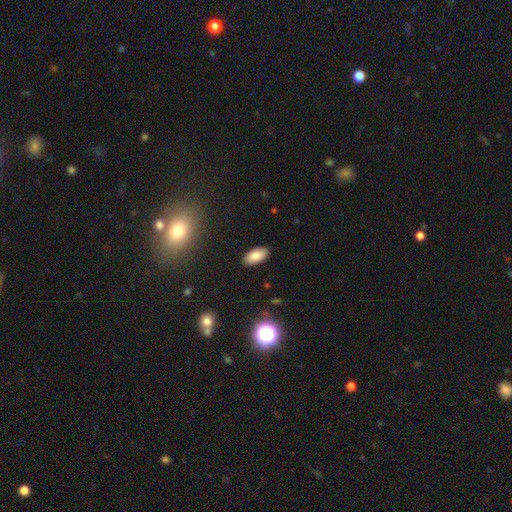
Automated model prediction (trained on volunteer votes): smooth 83%, star or artifact 9%, featured or disk 8%. Down the decision tree: how rounded — in between (93%); merging — none (89%).